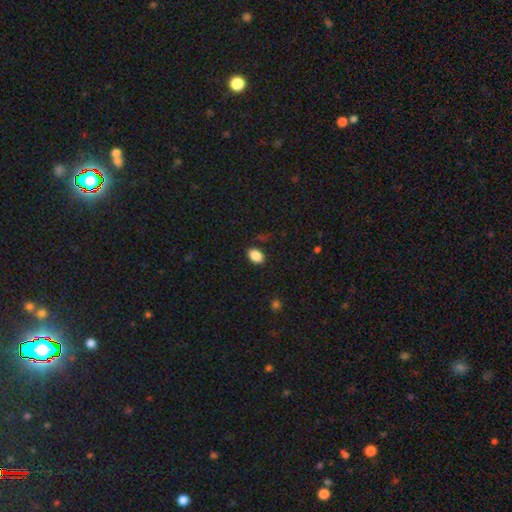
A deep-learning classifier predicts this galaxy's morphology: Smooth or featured?
  - smooth: 87% *
  - star or artifact: 9%
  - featured or disk: 4%
How rounded?
  - in between: 85% *
  - round: 14%
  - cigar-shaped: 1%
Merging?
  - none: 85% *
  - minor disturbance: 11%
  - major disturbance: 2%
  - merger: 1%